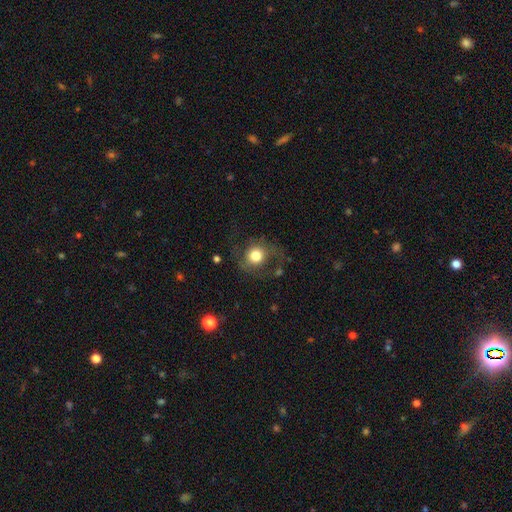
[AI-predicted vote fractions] smooth_or_featured: smooth (p=0.60) [alt: featured or disk p=0.31]
how_rounded: round (p=0.84) [alt: in between p=0.15]
merging: none (p=0.55) [alt: major disturbance p=0.24]